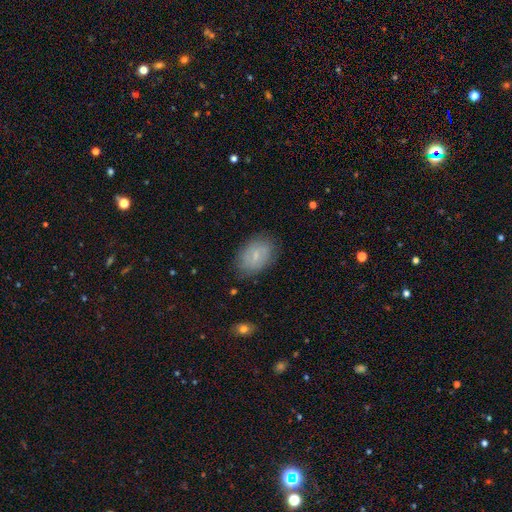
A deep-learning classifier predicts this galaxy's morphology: The model was most divided on "smooth or featured": smooth: 51%, featured or disk: 40%, star or artifact: 9%. More confident: how rounded — in between (85%); merging — none (80%).